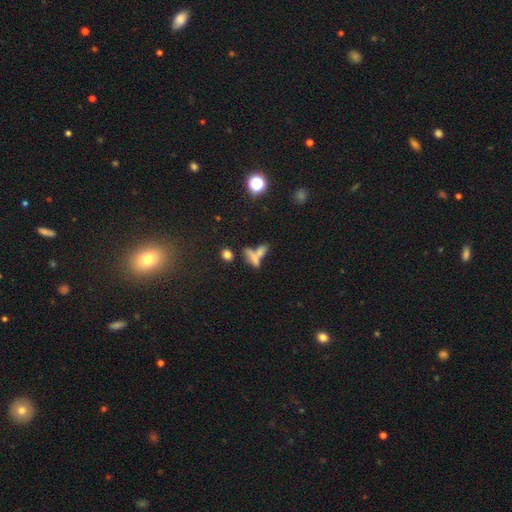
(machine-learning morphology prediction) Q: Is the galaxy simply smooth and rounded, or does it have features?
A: smooth — 59%.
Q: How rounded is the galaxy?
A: cigar-shaped — 52%.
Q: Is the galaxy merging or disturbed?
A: merger — 51%.